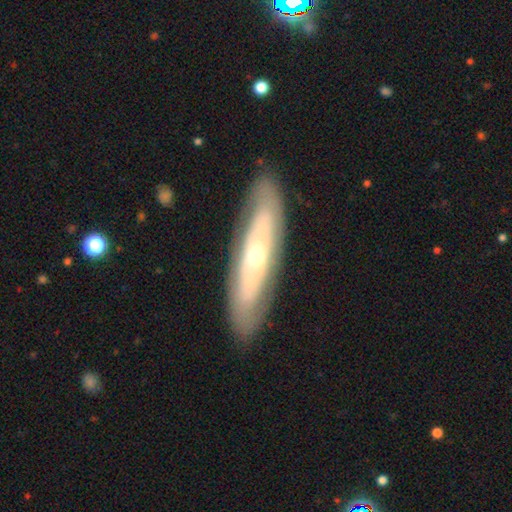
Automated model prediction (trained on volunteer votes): Smooth or featured? Predicted: featured or disk (p=0.70). Edge-on disk? Predicted: no (p=0.67). Merging? Predicted: none (p=0.86).